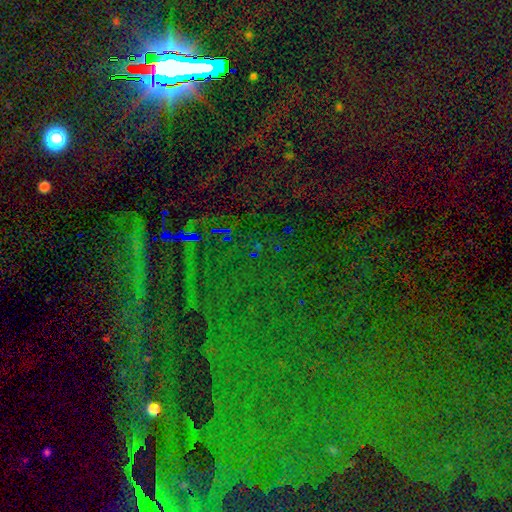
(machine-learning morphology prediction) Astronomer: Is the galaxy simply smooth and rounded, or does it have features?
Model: star or artifact — 85%.